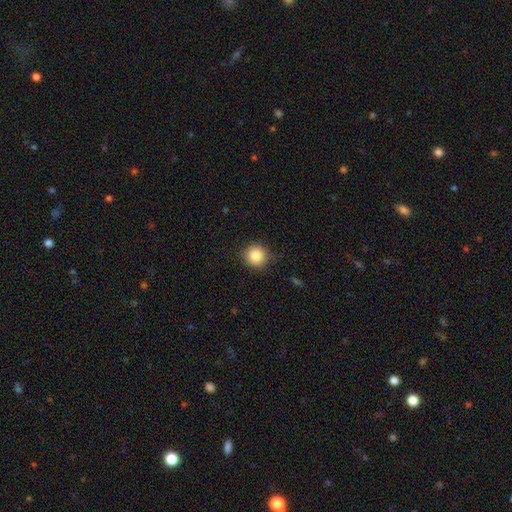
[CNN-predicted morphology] Overall: smooth (84%). How rounded: round (94%). Merging: none (86%).